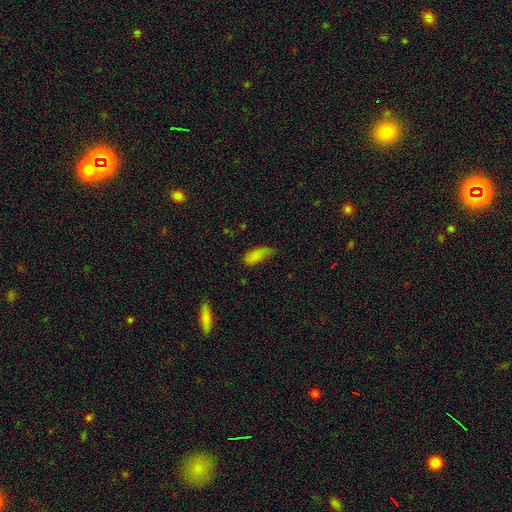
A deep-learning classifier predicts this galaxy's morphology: smooth 81%, star or artifact 10%, featured or disk 9%. Down the decision tree: how rounded — in between (82%); merging — none (40%).